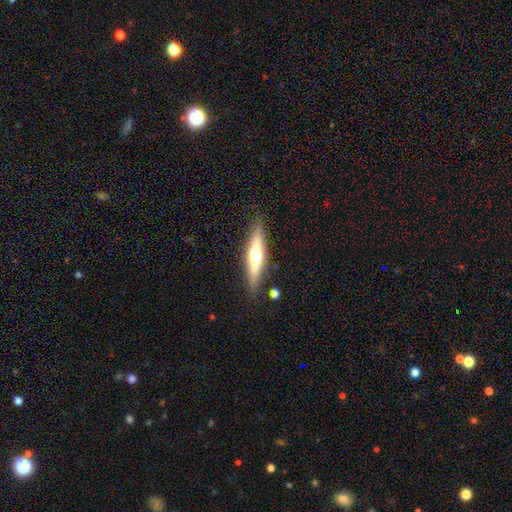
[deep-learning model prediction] This is possibly a featured or disk galaxy (58%). It is clearly viewed edge-on (93%). Edge-on bulge: clearly rounded (90%). Merging: clearly none (85%).